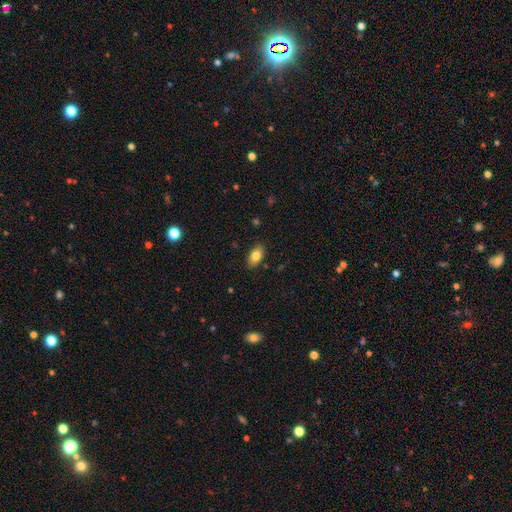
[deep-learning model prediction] This appears to be a smooth galaxy with no disk features (82%) that is in between round and cigar-shaped (91%). Merging: none (86%).